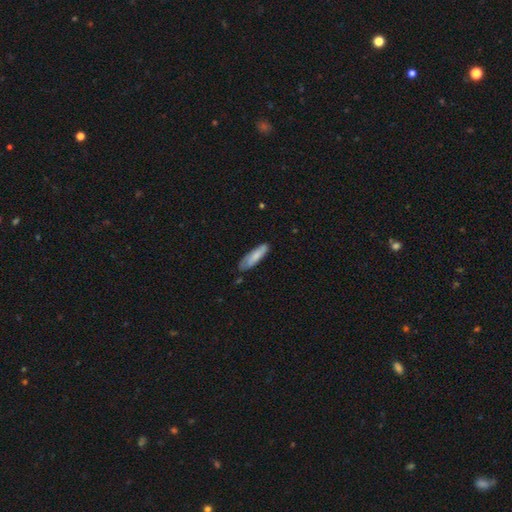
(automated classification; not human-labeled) Morphology: type=smooth (73%); roundness=cigar-shaped (64%); merging=none (70%).